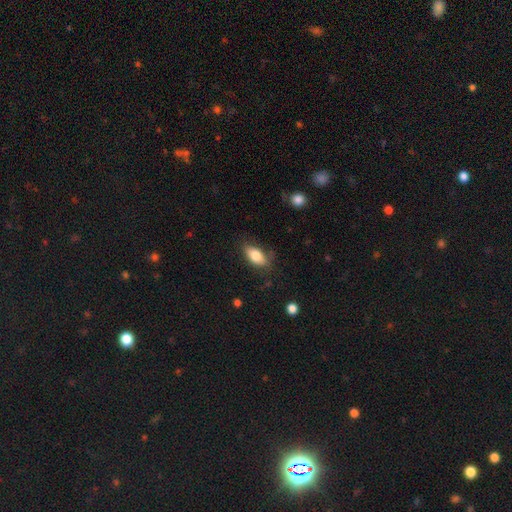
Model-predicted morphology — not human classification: type=smooth (80%); roundness=in between (89%); merging=none (71%).